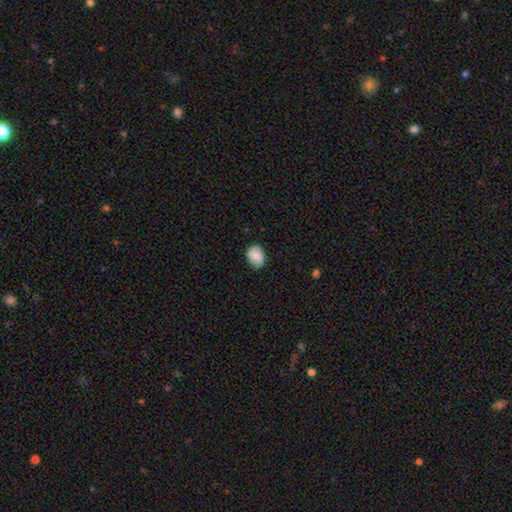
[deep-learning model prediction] Smooth or featured?
  - smooth: 81% *
  - featured or disk: 12%
  - star or artifact: 8%
How rounded?
  - in between: 65% *
  - round: 34%
  - cigar-shaped: 1%
Merging?
  - none: 78% *
  - minor disturbance: 18%
  - major disturbance: 3%
  - merger: 1%